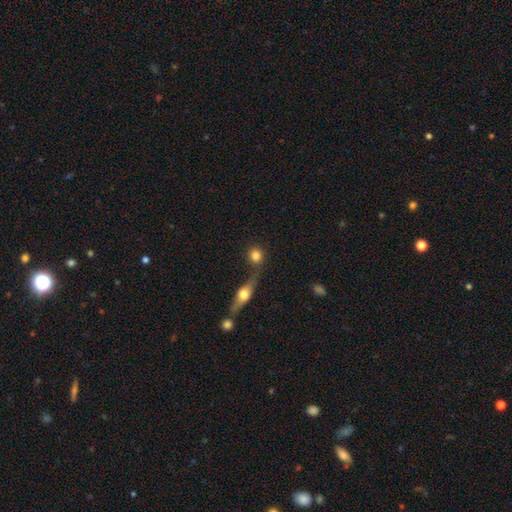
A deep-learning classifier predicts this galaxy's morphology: Q: Smooth or featured?
A: smooth (81%); runner-up: featured or disk (10%)
Q: How rounded?
A: round (85%); runner-up: in between (13%)
Q: Merging?
A: none (62%); runner-up: merger (25%)